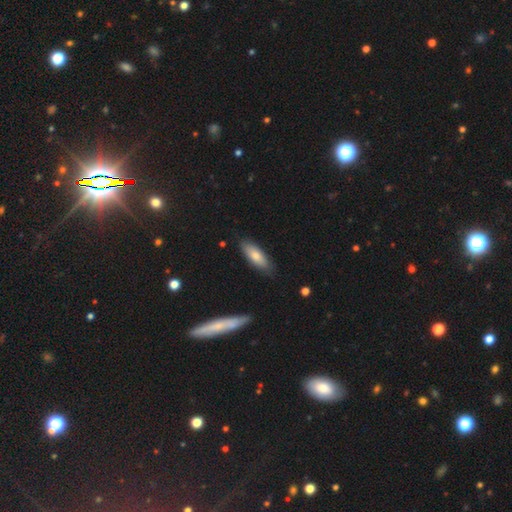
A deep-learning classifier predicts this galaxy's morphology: smooth 77%, featured or disk 18%, star or artifact 6%. Down the decision tree: how rounded — in between (63%); merging — none (82%).